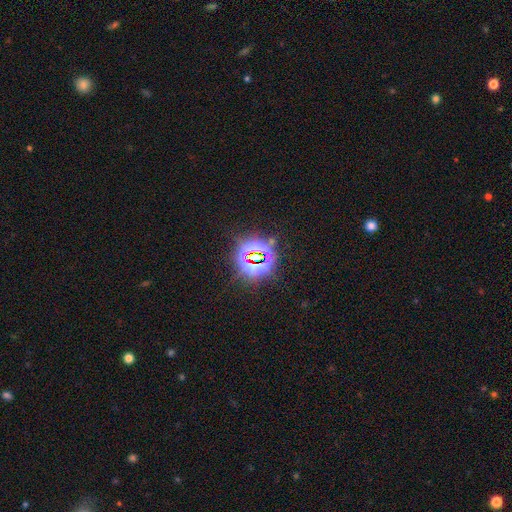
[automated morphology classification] This is likely a star or artifact rather than a galaxy (80%).